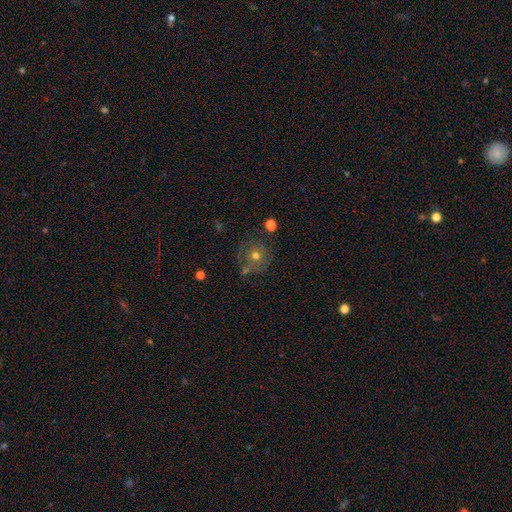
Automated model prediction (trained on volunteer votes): This appears to be a smooth galaxy with no disk features (55%) that is round (90%). Merging: none (67%).